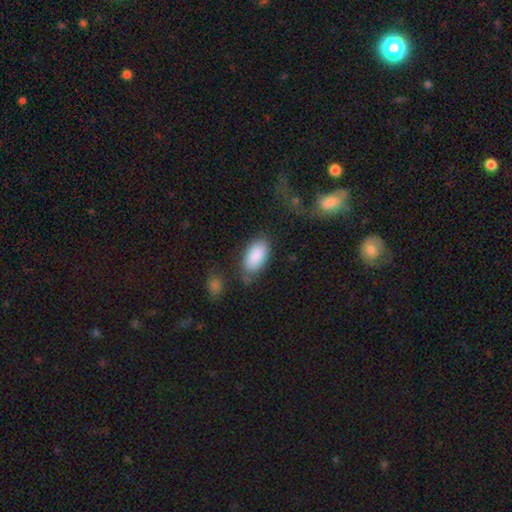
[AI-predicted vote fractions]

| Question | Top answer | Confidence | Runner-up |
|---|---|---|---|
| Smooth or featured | smooth | 89% | star or artifact (6%) |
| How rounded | in between | 94% | cigar-shaped (3%) |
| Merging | none | 71% | minor disturbance (18%) |